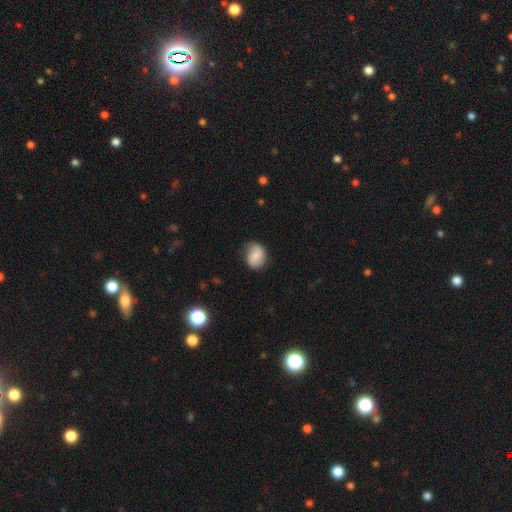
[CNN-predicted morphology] The model was most divided on "how rounded": round: 51%, in between: 48%, cigar-shaped: 1%. More confident: merging — none (65%); smooth or featured — smooth (57%).